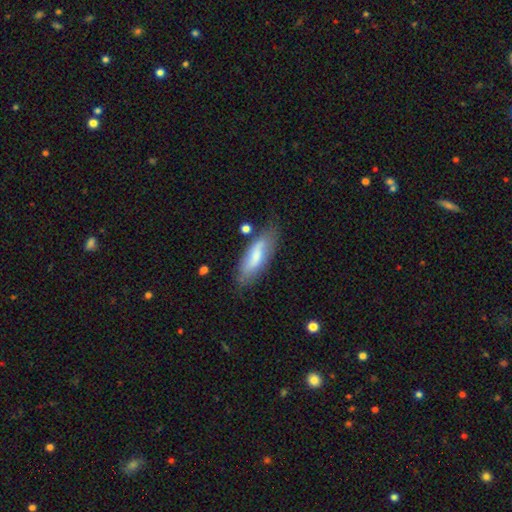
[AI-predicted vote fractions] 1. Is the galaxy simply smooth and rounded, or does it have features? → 62% smooth, 32% featured or disk, 7% star or artifact.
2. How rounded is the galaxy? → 60% in between, 38% cigar-shaped, 2% round.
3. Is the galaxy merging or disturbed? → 72% none, 20% minor disturbance, 5% major disturbance, 4% merger.